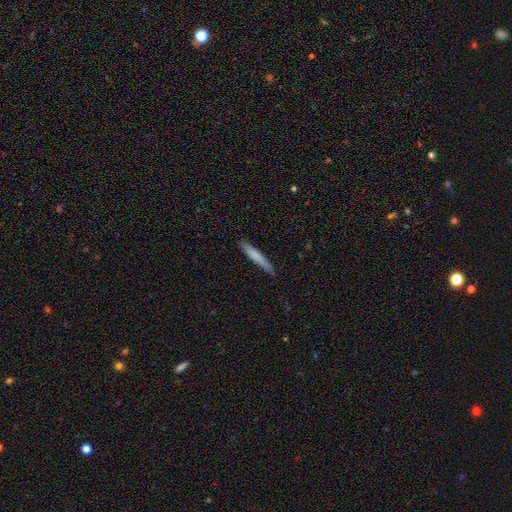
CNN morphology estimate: Q: Smooth or featured?
A: smooth (71%); runner-up: featured or disk (24%)
Q: How rounded?
A: cigar-shaped (95%); runner-up: in between (4%)
Q: Merging?
A: none (87%); runner-up: minor disturbance (10%)